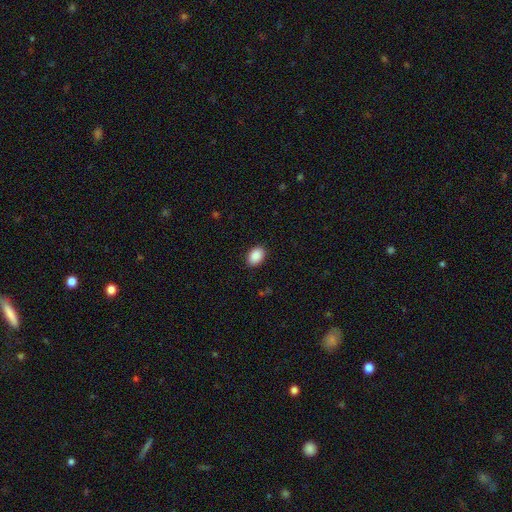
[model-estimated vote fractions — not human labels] The model was most divided on "how rounded": in between: 78%, round: 21%, cigar-shaped: 1%. More confident: smooth or featured — smooth (90%); merging — none (89%).